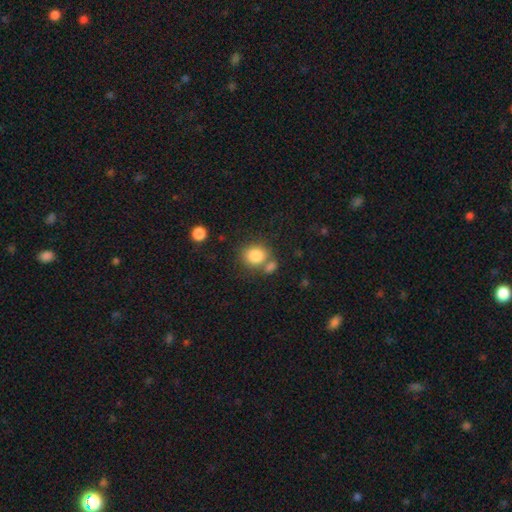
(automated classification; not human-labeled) smooth 84%, star or artifact 9%, featured or disk 7%. Down the decision tree: how rounded — round (66%); merging — none (57%).